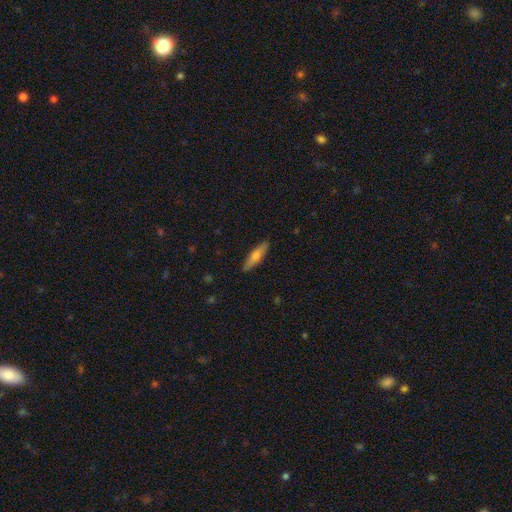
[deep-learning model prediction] smooth-or-featured: smooth: 59% | featured or disk: 35% | star or artifact: 6%
  how-rounded: cigar-shaped: 69% | in between: 29% | round: 2%
  merging: none: 88% | minor disturbance: 9% | major disturbance: 2% | merger: 1%